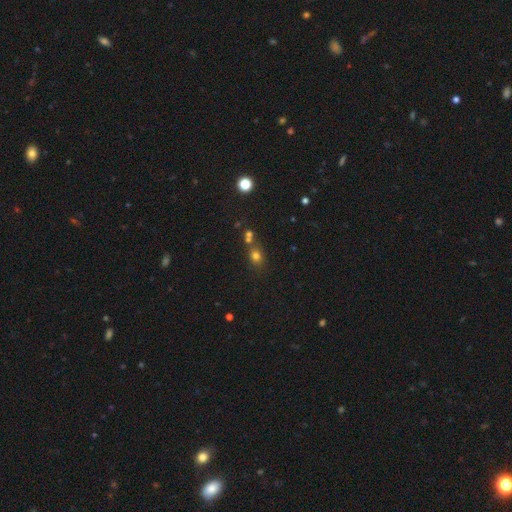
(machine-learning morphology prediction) smooth-or-featured: smooth: 70% | star or artifact: 20% | featured or disk: 10%
  how-rounded: round: 63% | in between: 35% | cigar-shaped: 1%
  merging: none: 60% | merger: 24% | minor disturbance: 11% | major disturbance: 4%